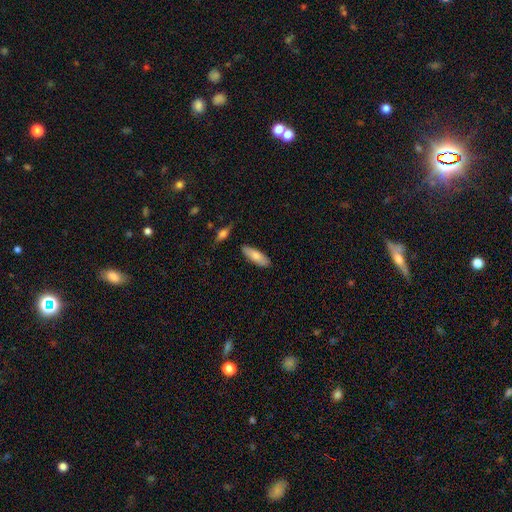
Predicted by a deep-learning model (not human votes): A smooth galaxy with no disk features (78%) that is in between round and cigar-shaped (61%).

Vote fractions:
- Smooth or featured? smooth: 78% / featured or disk: 16% / star or artifact: 6%
- How rounded? in between: 61% / cigar-shaped: 37% / round: 2%
- Merging? none: 83% / minor disturbance: 12% / merger: 3% / major disturbance: 2%